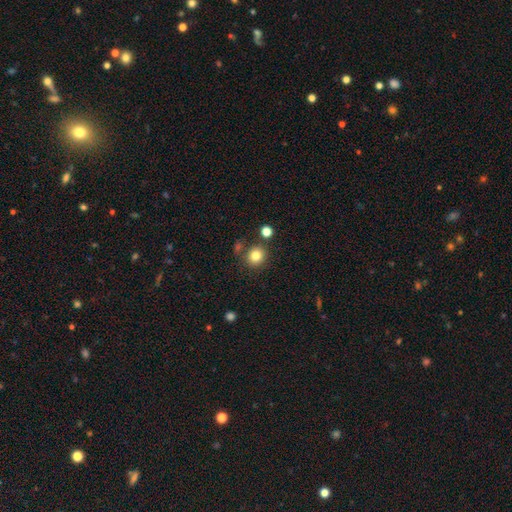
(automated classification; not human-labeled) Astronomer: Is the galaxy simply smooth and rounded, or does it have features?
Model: smooth — 82%.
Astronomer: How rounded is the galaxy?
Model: round — 86%.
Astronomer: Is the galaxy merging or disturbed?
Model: none — 80%.